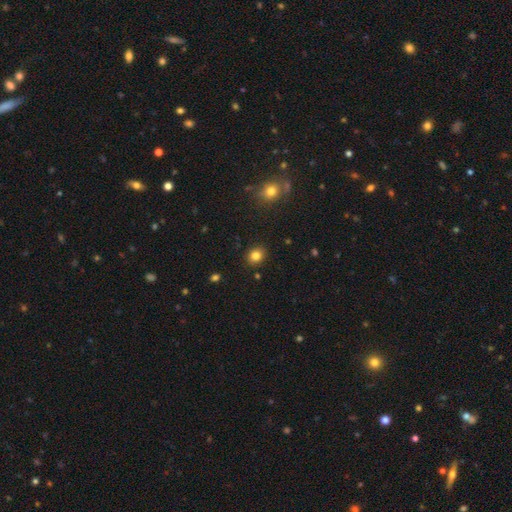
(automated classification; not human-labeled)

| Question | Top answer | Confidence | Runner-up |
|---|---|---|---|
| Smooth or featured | smooth | 82% | star or artifact (12%) |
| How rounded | round | 72% | in between (27%) |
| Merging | none | 89% | minor disturbance (7%) |